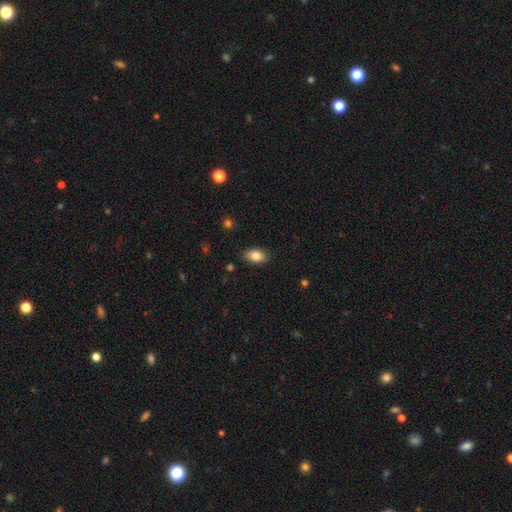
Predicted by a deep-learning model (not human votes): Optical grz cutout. It shows a smooth galaxy with no disk features (84%) that is in between round and cigar-shaped (91%). Merging: none (87%).